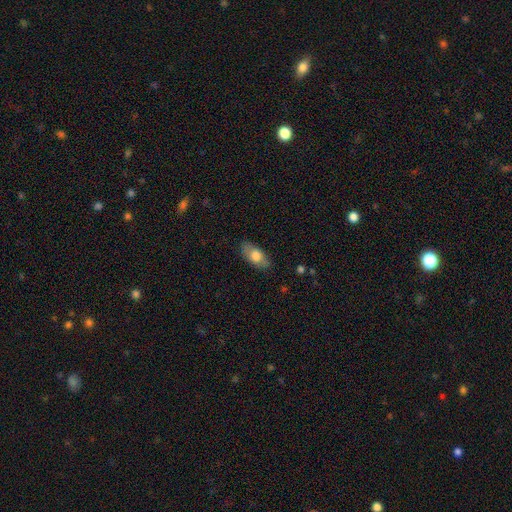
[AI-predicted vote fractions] Overall: smooth (73%). How rounded: in between (89%). Merging: none (81%).